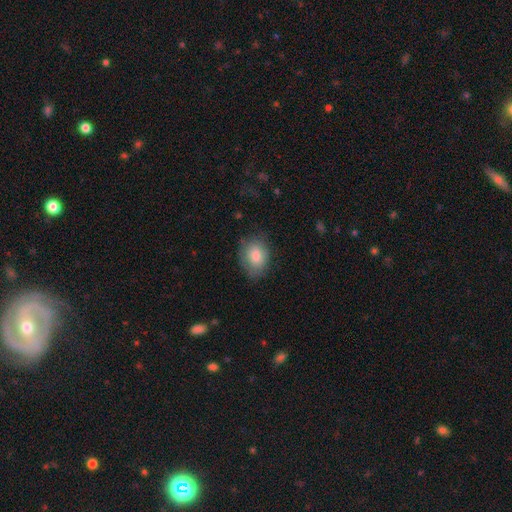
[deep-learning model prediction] smooth-or-featured: smooth: 79% | featured or disk: 13% | star or artifact: 8%
  how-rounded: in between: 70% | round: 29% | cigar-shaped: 1%
  merging: none: 73% | minor disturbance: 20% | major disturbance: 5% | merger: 1%